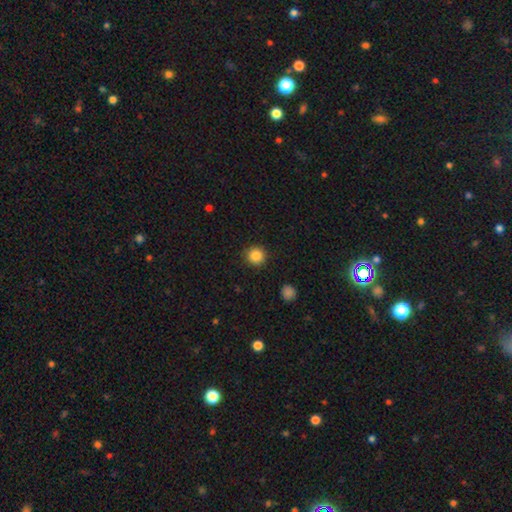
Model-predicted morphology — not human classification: type=smooth (86%); roundness=round (94%); merging=none (91%).